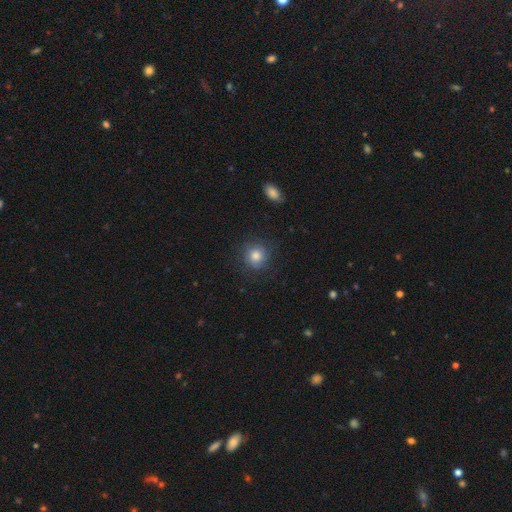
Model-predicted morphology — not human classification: This is likely a smooth galaxy (75%). How rounded: clearly round (88%). Merging: likely none (79%).